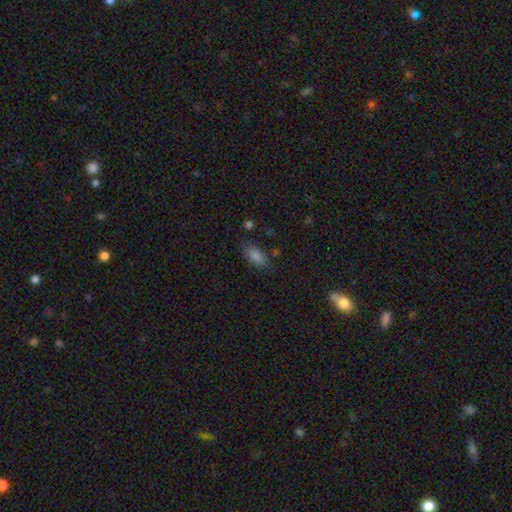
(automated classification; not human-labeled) A smooth galaxy with no disk features (80%) that is in between round and cigar-shaped (88%). Merging: none (77%).